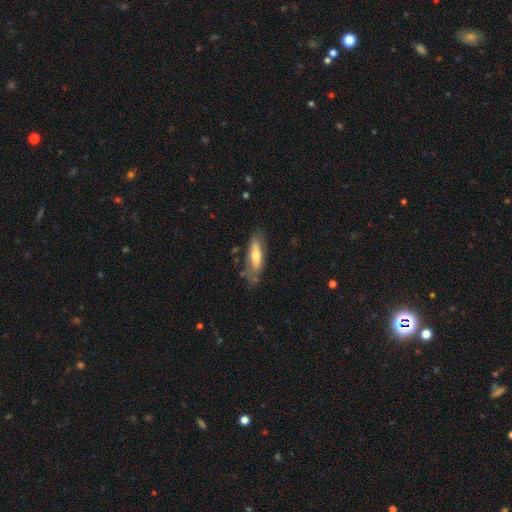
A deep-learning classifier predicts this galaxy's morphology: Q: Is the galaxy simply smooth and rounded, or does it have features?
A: smooth — 51%.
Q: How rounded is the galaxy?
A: cigar-shaped — 50%.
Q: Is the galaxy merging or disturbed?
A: none — 67%.